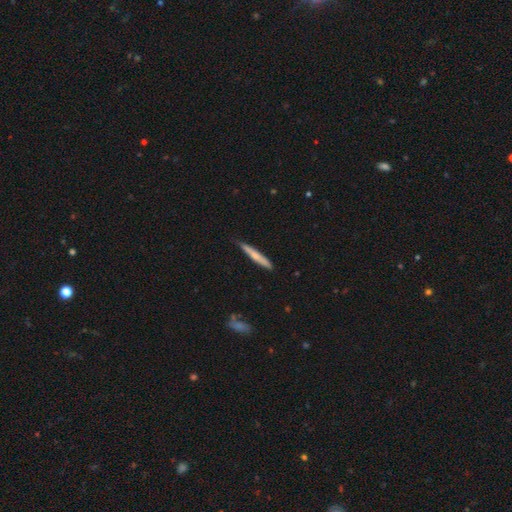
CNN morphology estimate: Smooth or featured: smooth — 63% (featured or disk — 32%)
How rounded: cigar-shaped — 95% (in between — 4%)
Merging: none — 80% (minor disturbance — 16%)